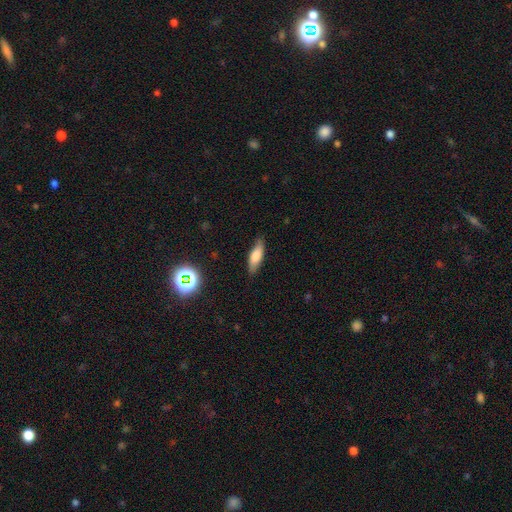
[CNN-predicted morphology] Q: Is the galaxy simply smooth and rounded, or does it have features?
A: smooth — 72%.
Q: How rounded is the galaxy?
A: in between — 53%.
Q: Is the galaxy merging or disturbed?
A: none — 82%.